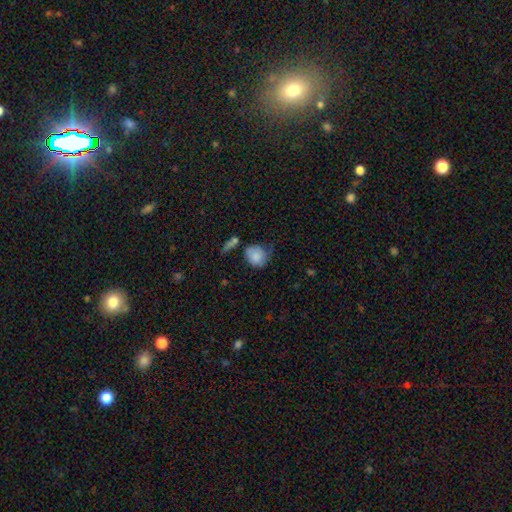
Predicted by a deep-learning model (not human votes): Overall: smooth (80%). How rounded: round (69%; in between 30%). Merging: none (38%; minor disturbance 32%).